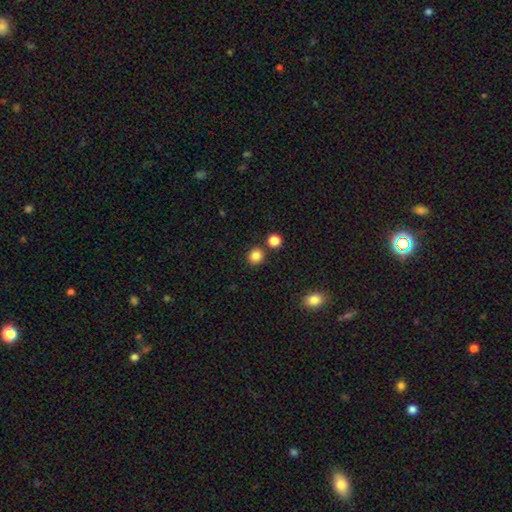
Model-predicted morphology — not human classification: This is clearly a smooth galaxy (85%). How rounded: likely round (80%). Merging: clearly none (81%).